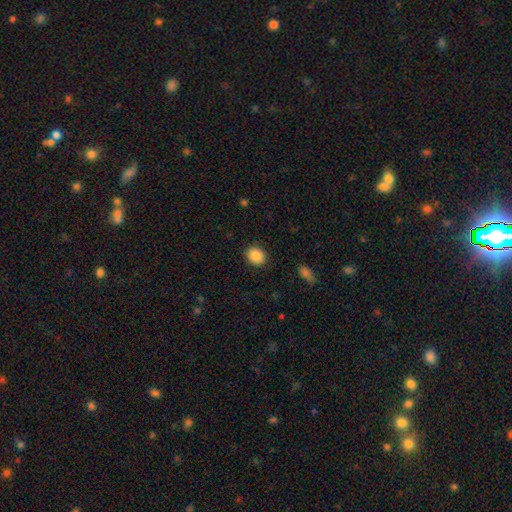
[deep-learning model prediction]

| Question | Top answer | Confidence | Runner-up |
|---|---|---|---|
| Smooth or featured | smooth | 88% | star or artifact (8%) |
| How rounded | round | 60% | in between (39%) |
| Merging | none | 88% | minor disturbance (8%) |